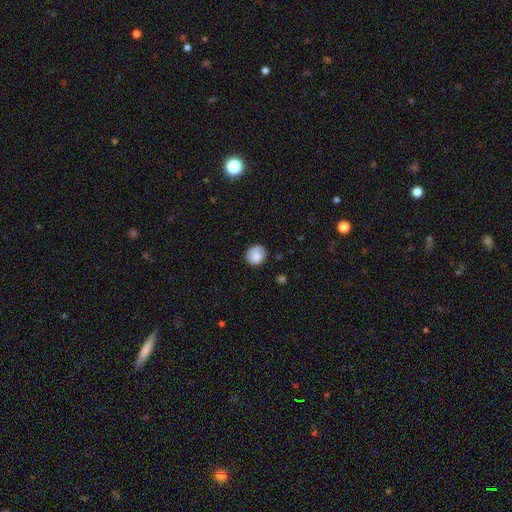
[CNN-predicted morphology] This appears to be a smooth galaxy with no disk features (75%) that is round (82%). Merging: none (76%).